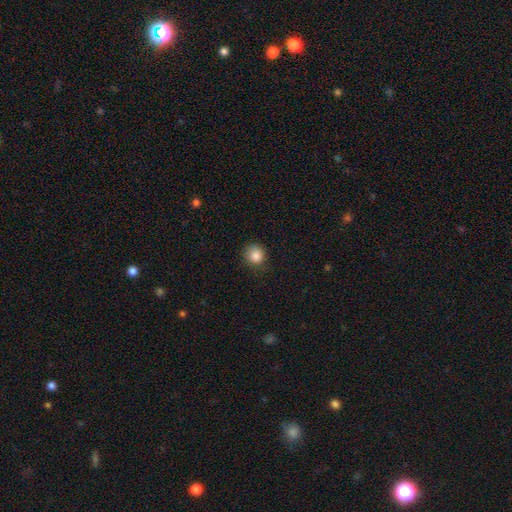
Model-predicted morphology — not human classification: A smooth galaxy with no disk features (86%) that is round (89%).

Vote fractions:
- Smooth or featured? smooth: 86% / star or artifact: 10% / featured or disk: 4%
- How rounded? round: 89% / in between: 10% / cigar-shaped: 1%
- Merging? none: 80% / minor disturbance: 15% / major disturbance: 4% / merger: 1%